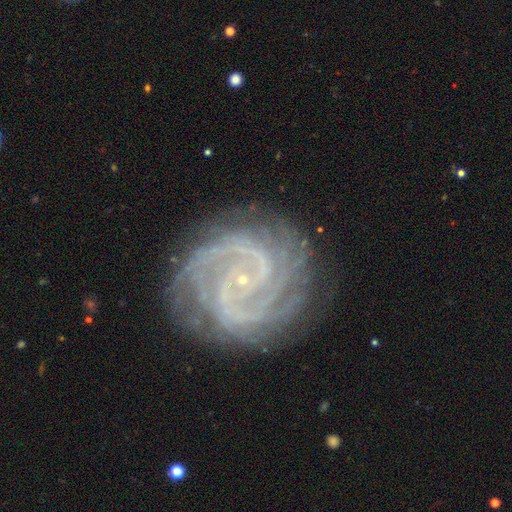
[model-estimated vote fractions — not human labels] Smooth or featured?
  - featured or disk: 91% *
  - star or artifact: 6%
  - smooth: 3%
Edge-on disk?
  - no: 98% *
  - yes: 2%
Bar?
  - no: 50% *
  - weak: 34%
  - strong: 16%
Spiral arms?
  - yes: 98% *
  - no: 2%
Spiral winding?
  - tight: 69% *
  - medium: 27%
  - loose: 4%
Spiral arm count?
  - 2: 27% *
  - 3: 19%
  - 4: 17%
  - can't tell: 16%
  - more than 4: 12%
  - 1: 9%
Bulge size?
  - small: 88% *
  - moderate: 5%
  - none: 4%
  - large: 1%
  - dominant: 1%
Merging?
  - none: 78% *
  - minor disturbance: 14%
  - major disturbance: 6%
  - merger: 2%